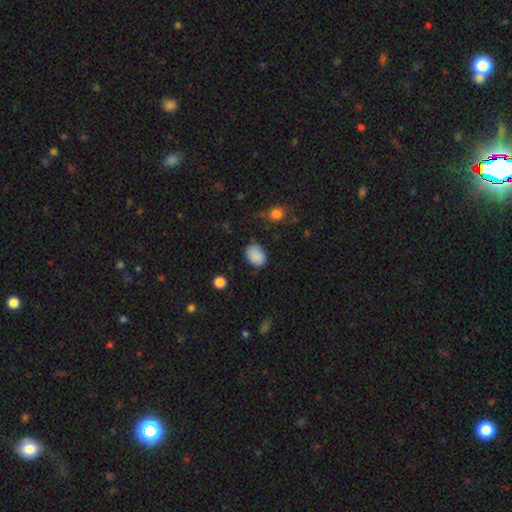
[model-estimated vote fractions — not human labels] Smooth or featured: smooth — 88% (star or artifact — 8%)
How rounded: in between — 70% (round — 29%)
Merging: none — 77% (minor disturbance — 17%)